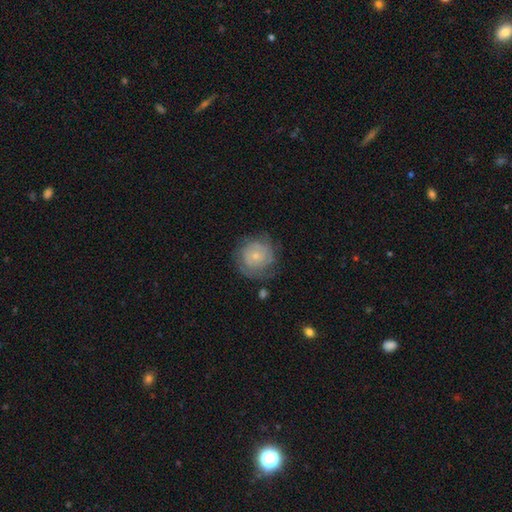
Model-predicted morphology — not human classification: type=featured or disk (49%); merging=none (68%).